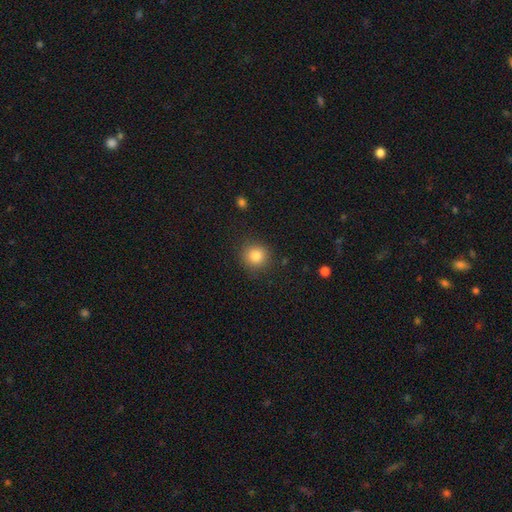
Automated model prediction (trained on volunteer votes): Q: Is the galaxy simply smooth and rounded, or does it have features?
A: smooth — 82%.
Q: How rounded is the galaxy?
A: round — 92%.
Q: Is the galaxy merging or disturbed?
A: none — 89%.